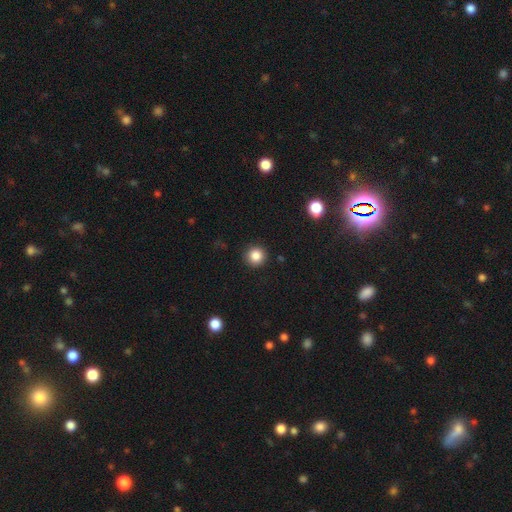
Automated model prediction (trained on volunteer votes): smooth 85%, star or artifact 11%, featured or disk 4%. Down the decision tree: how rounded — round (95%); merging — none (91%).